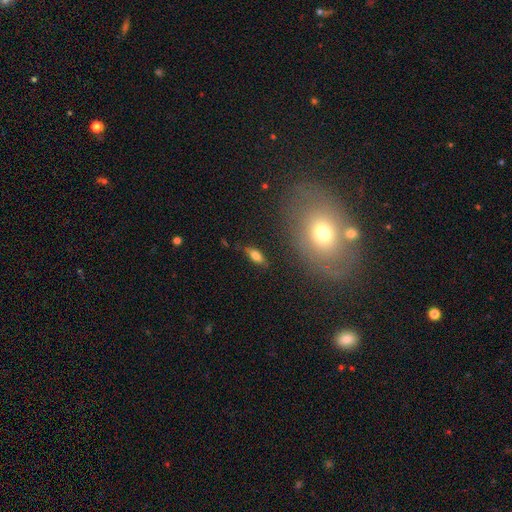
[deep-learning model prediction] Smooth or featured? smooth (69%)
How rounded? in between (72%)
Merging? none (79%)